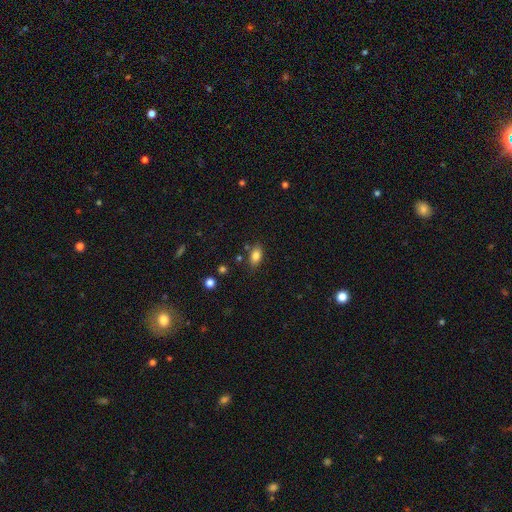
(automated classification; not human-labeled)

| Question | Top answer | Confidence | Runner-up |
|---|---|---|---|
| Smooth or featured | smooth | 82% | star or artifact (9%) |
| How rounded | in between | 88% | round (9%) |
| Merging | none | 79% | minor disturbance (14%) |